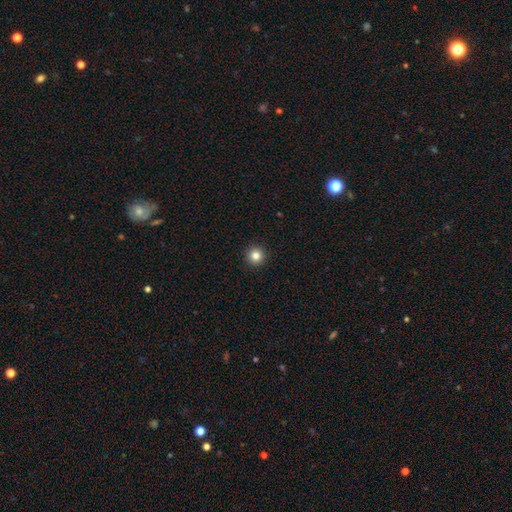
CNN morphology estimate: A smooth galaxy with no disk features (83%) that is round (96%). Merging: none (94%).